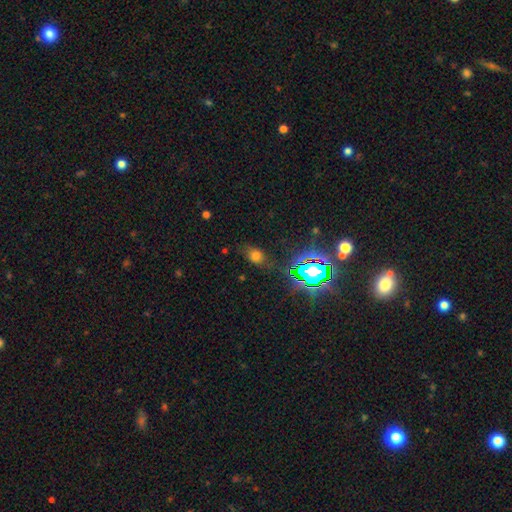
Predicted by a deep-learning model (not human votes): A smooth galaxy with no disk features (60%) that is in between round and cigar-shaped (65%).

Vote fractions:
- Smooth or featured? smooth: 60% / star or artifact: 28% / featured or disk: 11%
- How rounded? in between: 65% / round: 32% / cigar-shaped: 3%
- Merging? none: 71% / minor disturbance: 20% / major disturbance: 7% / merger: 3%